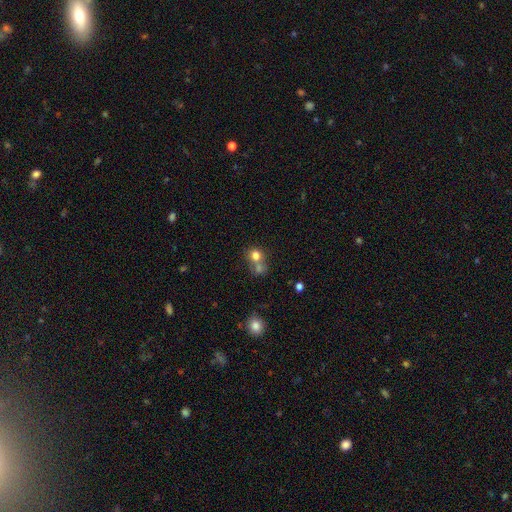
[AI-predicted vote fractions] Smooth or featured? Predicted: smooth (p=0.75). How rounded? Predicted: round (p=0.76). Merging? Predicted: merger (p=0.48).